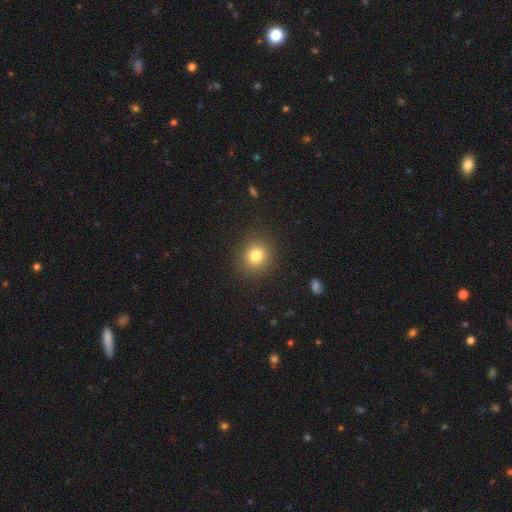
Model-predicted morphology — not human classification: smooth-or-featured: smooth: 80% | star or artifact: 13% | featured or disk: 8%
  how-rounded: round: 84% | in between: 15% | cigar-shaped: 1%
  merging: none: 89% | minor disturbance: 7% | major disturbance: 3% | merger: 1%